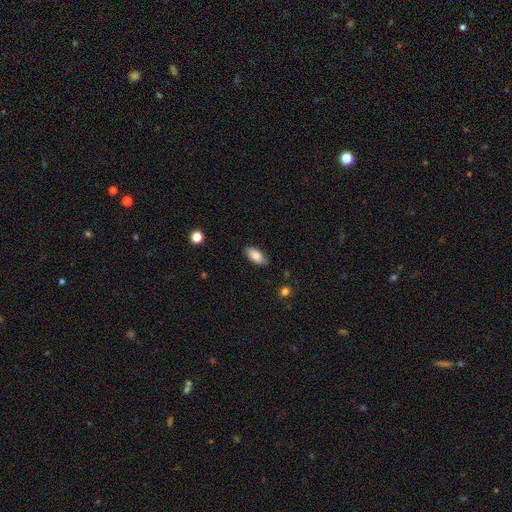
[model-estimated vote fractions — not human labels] Smooth or featured: smooth — 83% (featured or disk — 10%)
How rounded: in between — 88% (cigar-shaped — 9%)
Merging: none — 86% (minor disturbance — 11%)